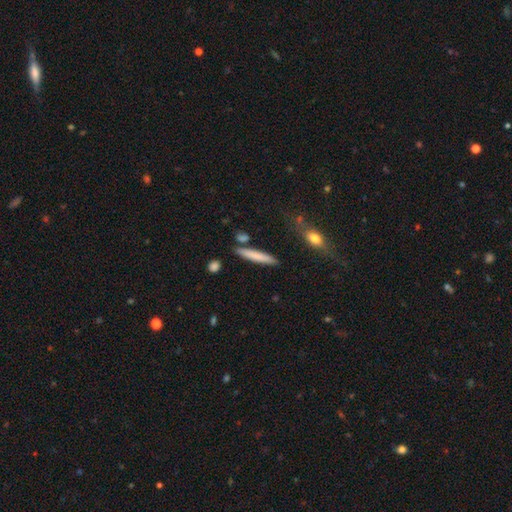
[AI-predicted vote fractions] A smooth galaxy with no disk features (74%) that is cigar-shaped (92%).

Vote fractions:
- Smooth or featured? smooth: 74% / featured or disk: 20% / star or artifact: 6%
- How rounded? cigar-shaped: 92% / in between: 6% / round: 2%
- Merging? none: 83% / minor disturbance: 10% / merger: 5% / major disturbance: 2%